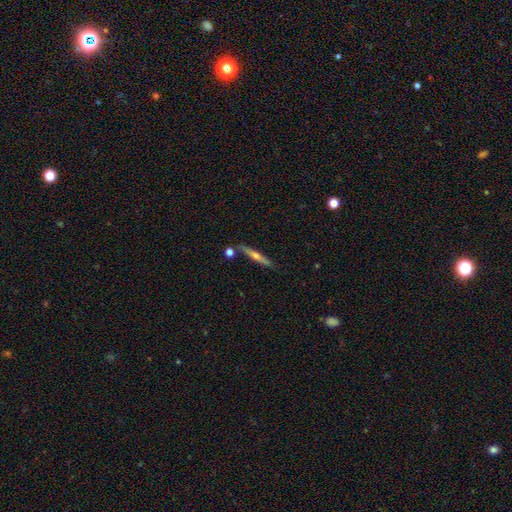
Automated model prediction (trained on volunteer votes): A featured or disk galaxy (69%) viewed edge-on (97%) with a rounded central bulge (85%). Merging: none (85%).